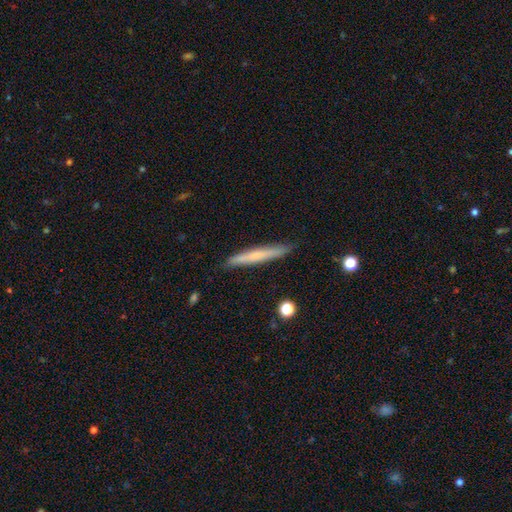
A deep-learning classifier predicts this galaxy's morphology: This appears to be a smooth galaxy with no disk features (61%) that is cigar-shaped (96%). Merging: none (89%).